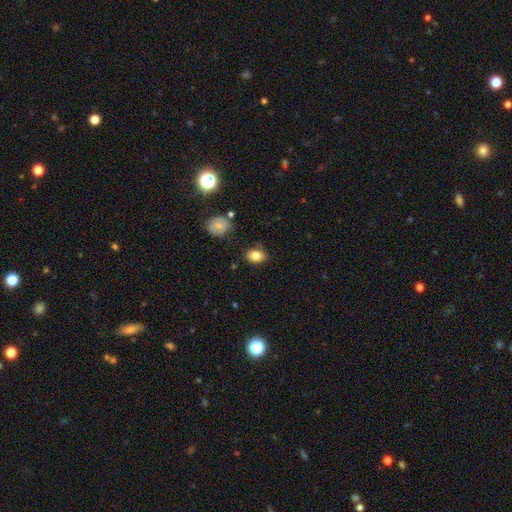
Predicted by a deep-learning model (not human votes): smooth 82%, star or artifact 10%, featured or disk 8%. Down the decision tree: how rounded — in between (70%); merging — none (82%).